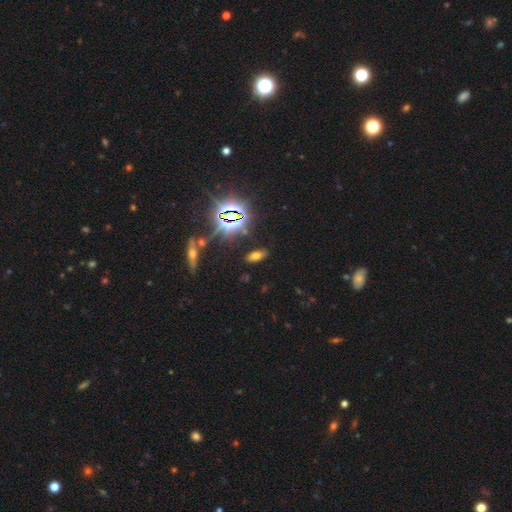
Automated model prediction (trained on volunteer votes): Smooth or featured: smooth — 52% (star or artifact — 35%)
How rounded: in between — 85% (cigar-shaped — 9%)
Merging: none — 86% (minor disturbance — 9%)